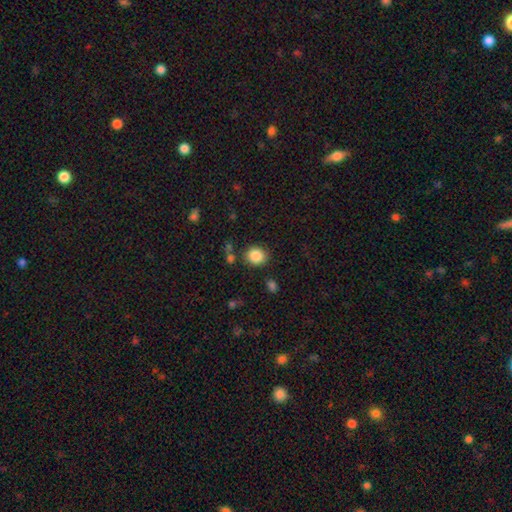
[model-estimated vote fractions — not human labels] Smooth or featured? smooth (87%)
How rounded? round (76%)
Merging? none (82%)